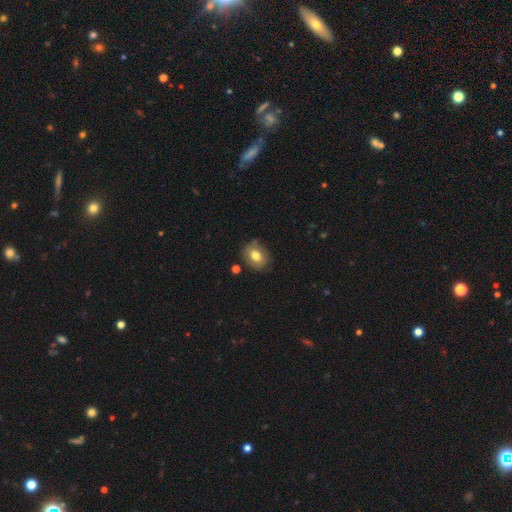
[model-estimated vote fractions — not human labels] Overall: smooth (73%). How rounded: round (52%; in between 47%). Merging: none (77%).